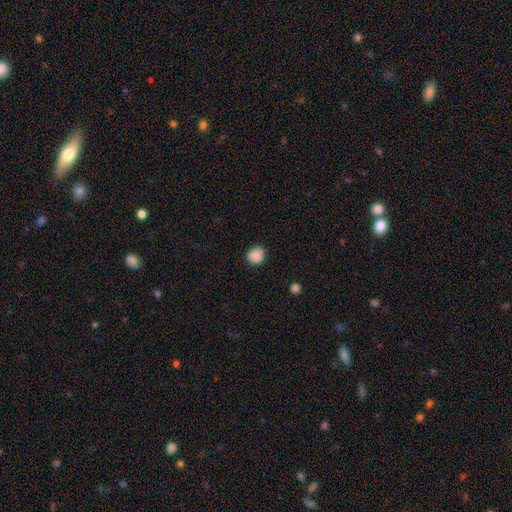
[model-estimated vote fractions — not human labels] smooth 88%, star or artifact 9%, featured or disk 3%. Down the decision tree: how rounded — round (80%); merging — none (84%).